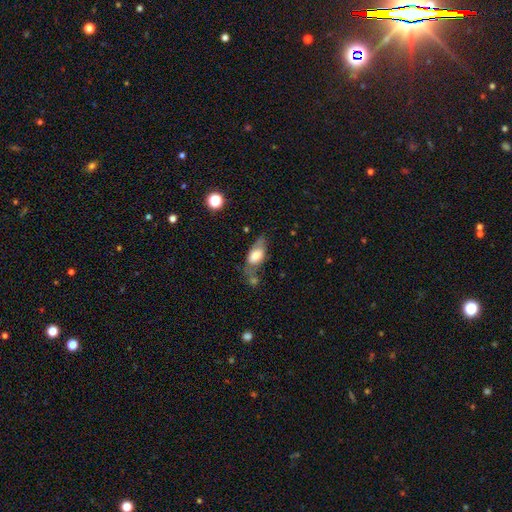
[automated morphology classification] smooth_or_featured: smooth (p=0.60) [alt: featured or disk p=0.32]
how_rounded: in between (p=0.84) [alt: cigar-shaped p=0.10]
merging: none (p=0.40) [alt: minor disturbance p=0.26]